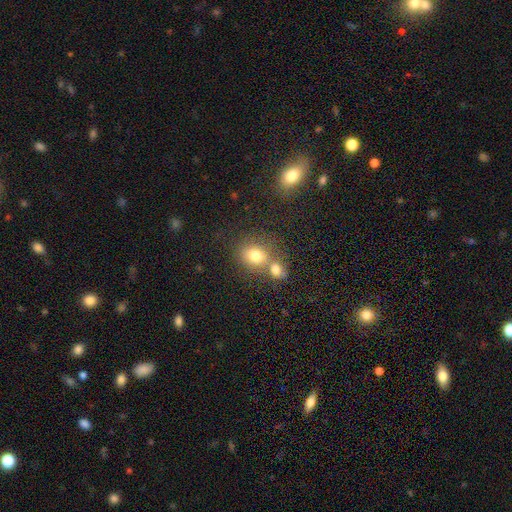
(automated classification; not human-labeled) A smooth galaxy with no disk features (76%) that is round (60%).

Vote fractions:
- Smooth or featured? smooth: 76% / star or artifact: 13% / featured or disk: 11%
- How rounded? round: 60% / in between: 39% / cigar-shaped: 1%
- Merging? none: 45% / merger: 41% / minor disturbance: 10% / major disturbance: 4%